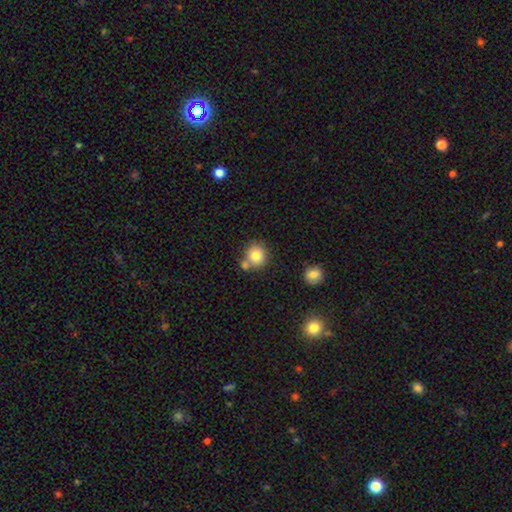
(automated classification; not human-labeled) This appears to be a smooth galaxy with no disk features (81%) that is round (87%). Merging: none (62%).